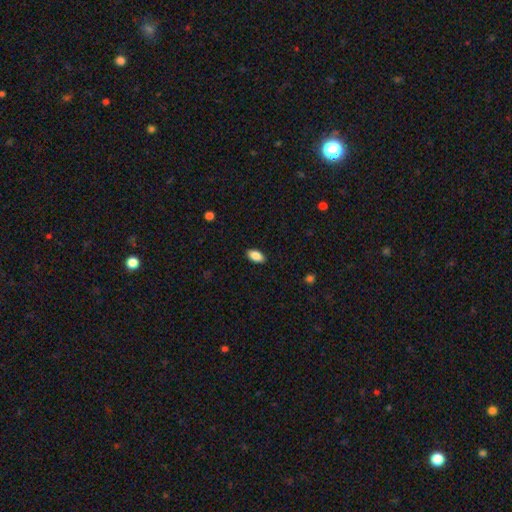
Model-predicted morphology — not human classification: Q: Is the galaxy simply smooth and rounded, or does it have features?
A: smooth — 87%.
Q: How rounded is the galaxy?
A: in between — 93%.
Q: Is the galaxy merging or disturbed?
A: none — 89%.